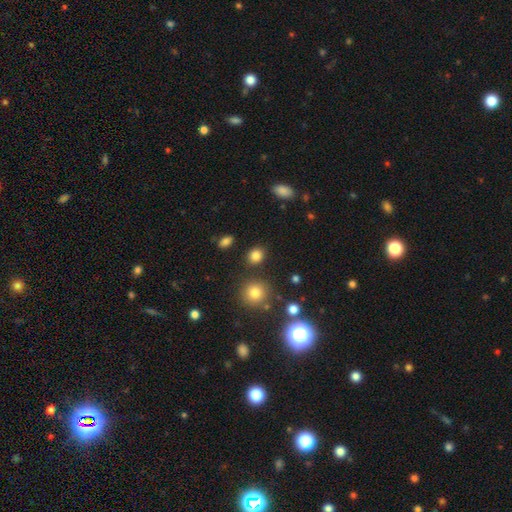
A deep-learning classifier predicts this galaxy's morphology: This is clearly a smooth galaxy (82%). How rounded: likely round (69%). Merging: clearly none (86%).